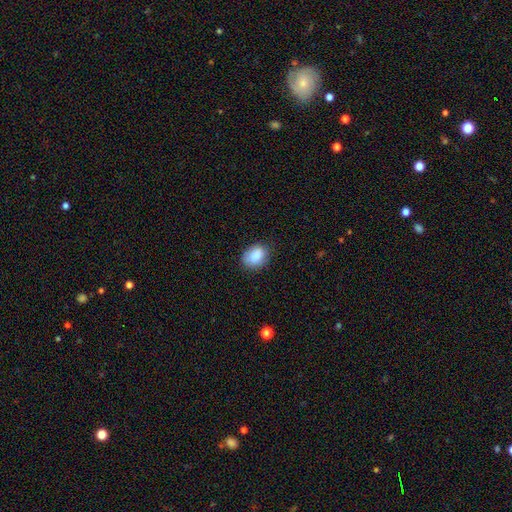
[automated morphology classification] smooth_or_featured: smooth (p=0.87) [alt: star or artifact p=0.08]
how_rounded: in between (p=0.70) [alt: round p=0.29]
merging: none (p=0.76) [alt: minor disturbance p=0.19]